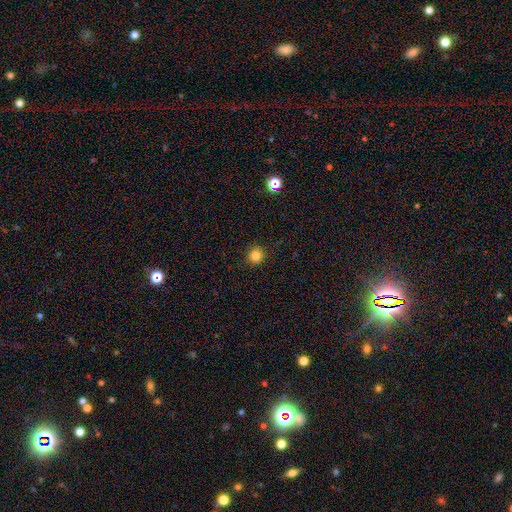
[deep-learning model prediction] A smooth galaxy with no disk features (82%) that is round (91%).

Vote fractions:
- Smooth or featured? smooth: 82% / star or artifact: 13% / featured or disk: 6%
- How rounded? round: 91% / in between: 8% / cigar-shaped: 1%
- Merging? none: 92% / minor disturbance: 6% / major disturbance: 2% / merger: 1%